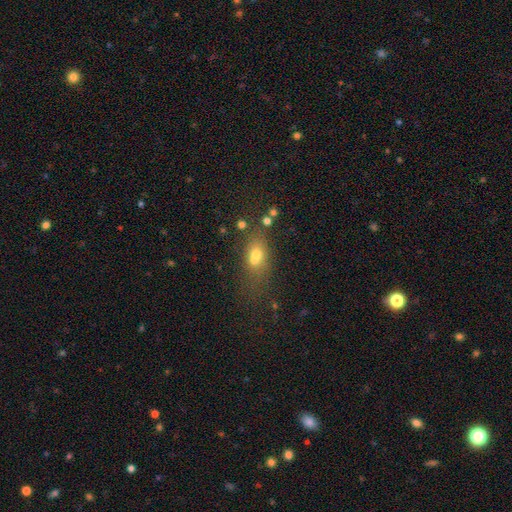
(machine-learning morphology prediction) Smooth or featured? smooth (62%)
How rounded? in between (66%)
Merging? none (39%)